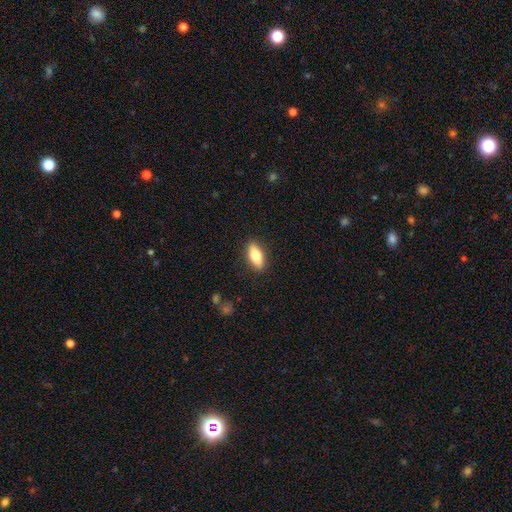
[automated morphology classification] smooth_or_featured: smooth (p=0.72) [alt: featured or disk p=0.22]
how_rounded: in between (p=0.71) [alt: cigar-shaped p=0.25]
merging: none (p=0.88) [alt: minor disturbance p=0.09]